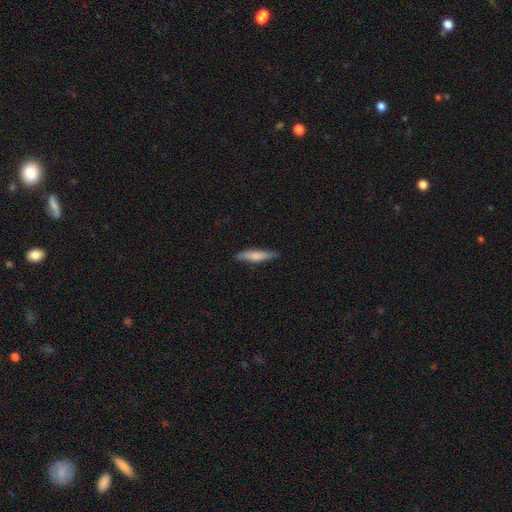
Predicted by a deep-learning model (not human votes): smooth_or_featured: smooth (p=0.71) [alt: featured or disk p=0.24]
how_rounded: cigar-shaped (p=0.82) [alt: in between p=0.17]
merging: none (p=0.83) [alt: minor disturbance p=0.14]